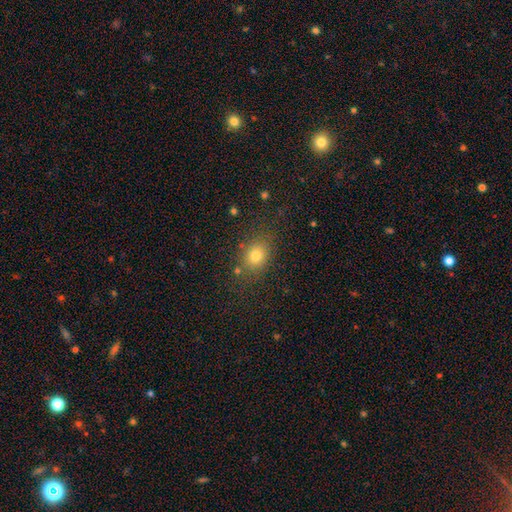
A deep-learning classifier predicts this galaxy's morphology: smooth_or_featured: smooth (p=0.76) [alt: star or artifact p=0.14]
how_rounded: in between (p=0.54) [alt: round p=0.45]
merging: none (p=0.77) [alt: minor disturbance p=0.14]